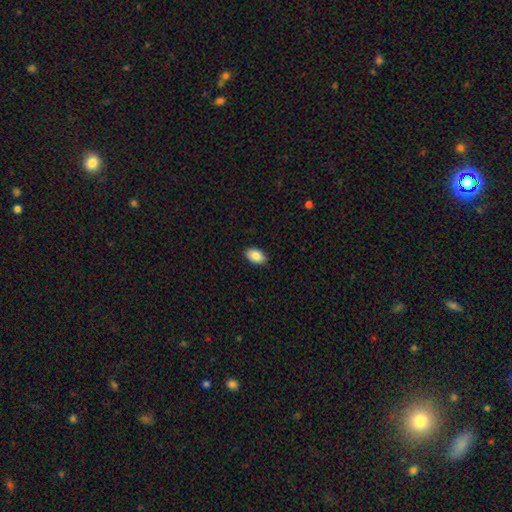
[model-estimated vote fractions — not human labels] This is clearly a smooth galaxy (86%). How rounded: clearly in between (91%). Merging: clearly none (89%).